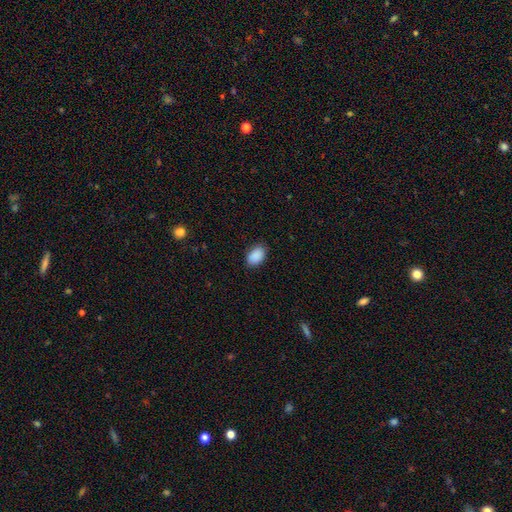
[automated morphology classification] Smooth or featured? Predicted: smooth (p=0.90). How rounded? Predicted: in between (p=0.89). Merging? Predicted: none (p=0.84).